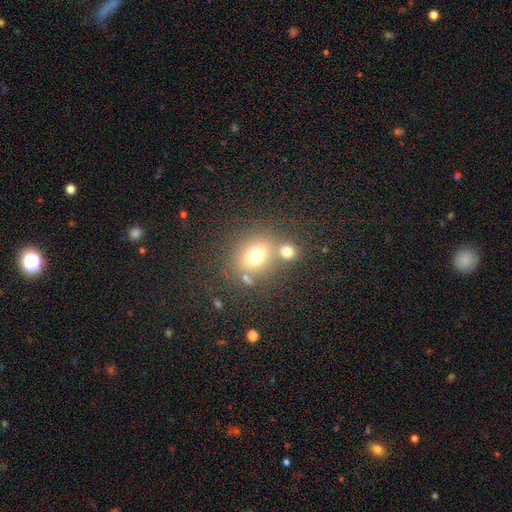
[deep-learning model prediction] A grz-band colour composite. It shows a smooth galaxy with no disk features (72%) that is round (55%). Merging: none (55%).